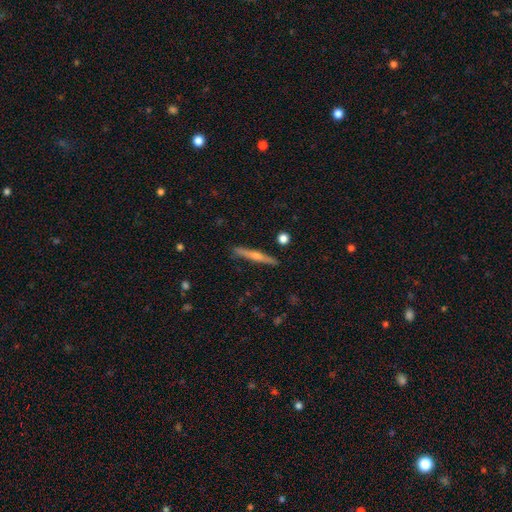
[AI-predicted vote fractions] smooth_or_featured: featured or disk (p=0.61) [alt: smooth p=0.33]
disk_edge_on: yes (p=0.97) [alt: no p=0.03]
edge_on_bulge: rounded (p=0.76) [alt: none p=0.17]
merging: none (p=0.89) [alt: minor disturbance p=0.08]